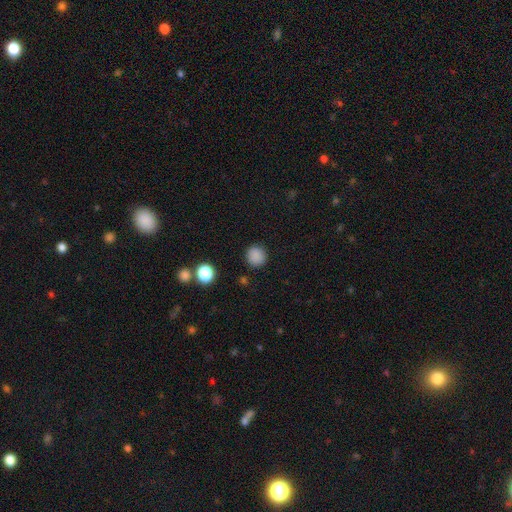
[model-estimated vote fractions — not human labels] Overall: smooth (86%). How rounded: round (90%). Merging: none (88%).